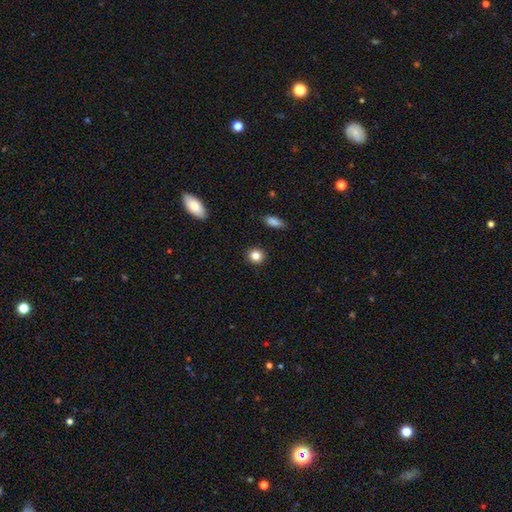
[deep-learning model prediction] This is clearly a smooth galaxy (84%). How rounded: clearly round (86%). Merging: clearly none (91%).